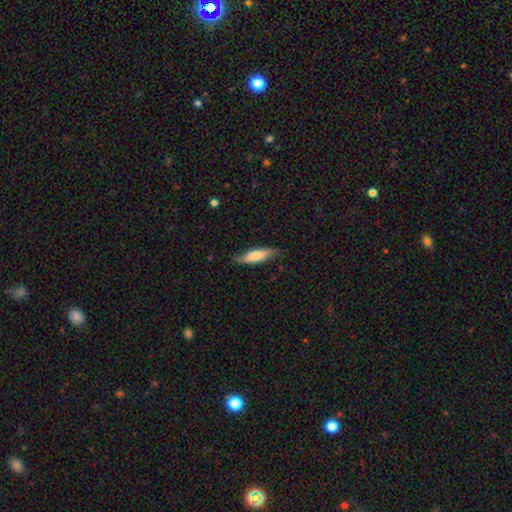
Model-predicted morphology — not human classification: smooth 73%, featured or disk 22%, star or artifact 6%. Down the decision tree: how rounded — cigar-shaped (60%); merging — none (76%).